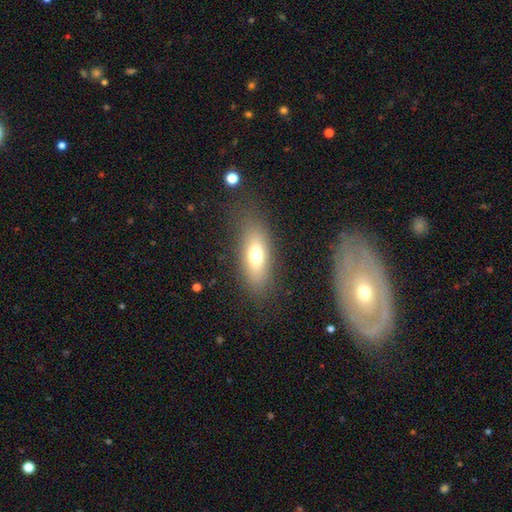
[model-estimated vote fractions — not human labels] Q: Smooth or featured?
A: smooth (69%); runner-up: featured or disk (21%)
Q: How rounded?
A: in between (72%); runner-up: cigar-shaped (22%)
Q: Merging?
A: none (79%); runner-up: minor disturbance (13%)